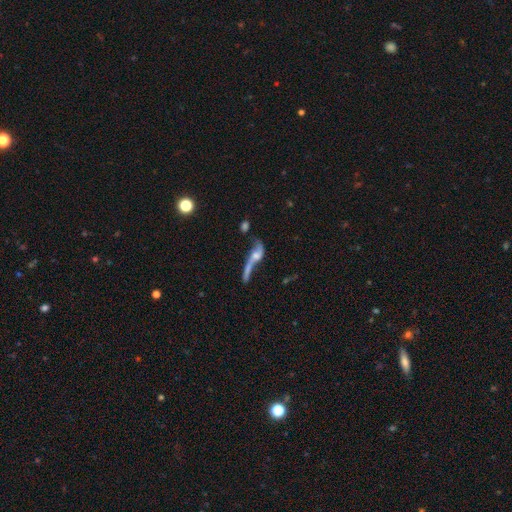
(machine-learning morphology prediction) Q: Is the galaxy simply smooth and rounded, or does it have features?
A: featured or disk — 62%.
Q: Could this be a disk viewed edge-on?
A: no — 77%.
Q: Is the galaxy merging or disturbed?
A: merger — 36%.